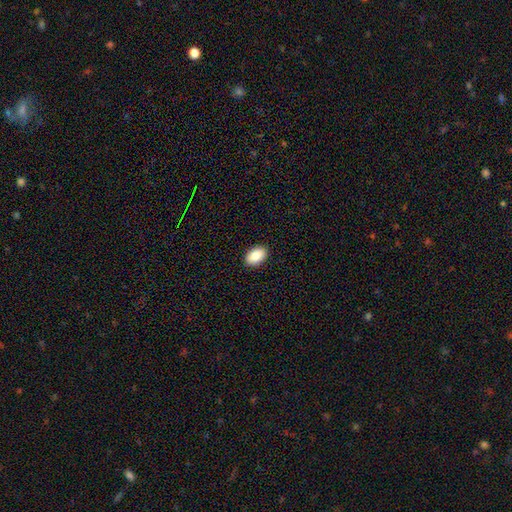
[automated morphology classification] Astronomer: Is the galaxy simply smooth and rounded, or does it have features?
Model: smooth — 87%.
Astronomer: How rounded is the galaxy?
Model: in between — 90%.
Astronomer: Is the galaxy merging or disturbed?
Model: none — 91%.